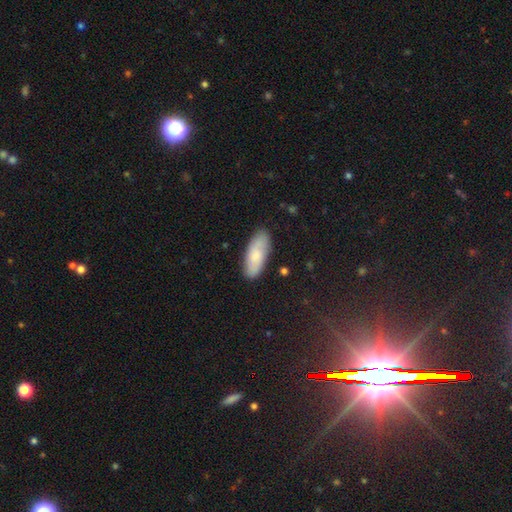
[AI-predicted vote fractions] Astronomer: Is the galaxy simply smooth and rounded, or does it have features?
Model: smooth — 73%.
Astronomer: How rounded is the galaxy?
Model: in between — 77%.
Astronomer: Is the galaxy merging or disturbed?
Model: none — 82%.